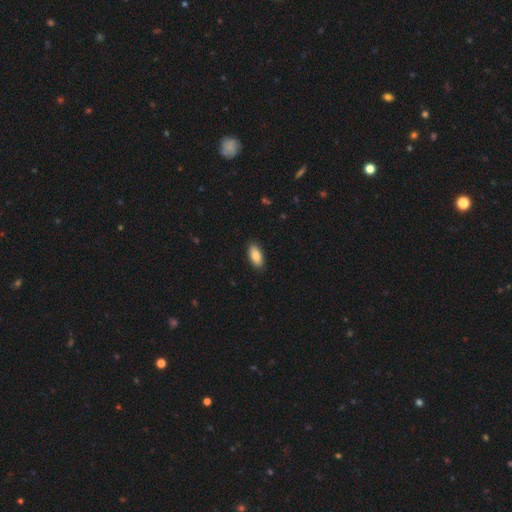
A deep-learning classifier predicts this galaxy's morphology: Q: Smooth or featured?
A: smooth (84%); runner-up: featured or disk (10%)
Q: How rounded?
A: in between (91%); runner-up: cigar-shaped (6%)
Q: Merging?
A: none (89%); runner-up: minor disturbance (8%)